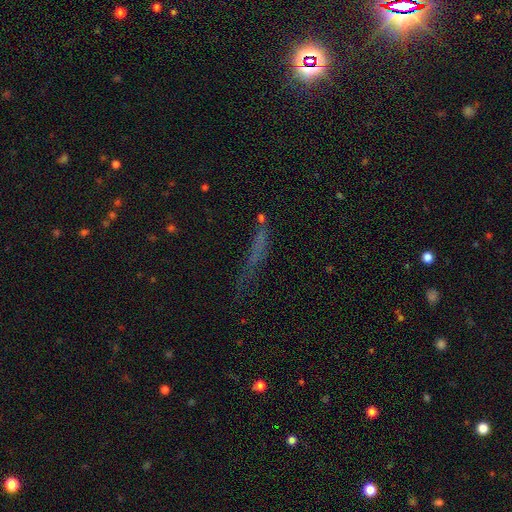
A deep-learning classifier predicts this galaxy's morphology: type=star or artifact (38%, tied with smooth).